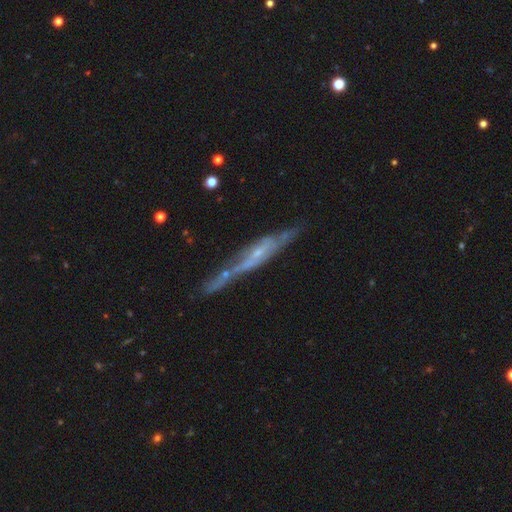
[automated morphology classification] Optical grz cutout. It shows a featured or disk galaxy (71%) viewed edge-on (83%) with no central bulge (54%). Merging: none (64%).